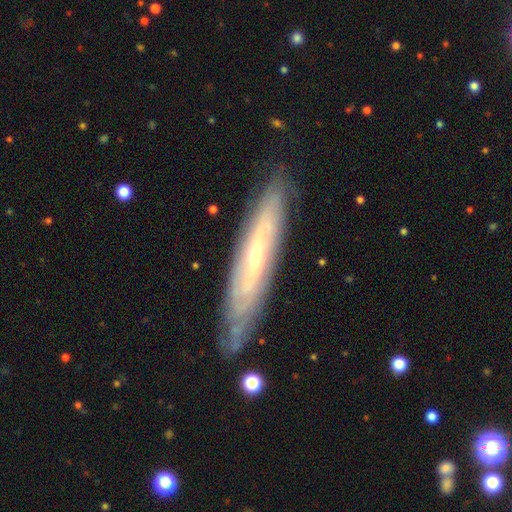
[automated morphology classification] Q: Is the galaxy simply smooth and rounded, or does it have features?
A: featured or disk — 75%.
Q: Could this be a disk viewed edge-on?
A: no — 50%, tied with yes.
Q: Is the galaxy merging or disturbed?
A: none — 80%.